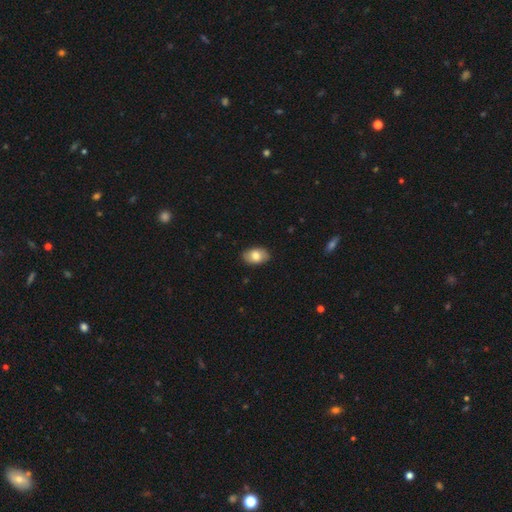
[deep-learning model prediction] Overall: smooth (80%). How rounded: in between (89%). Merging: none (87%).